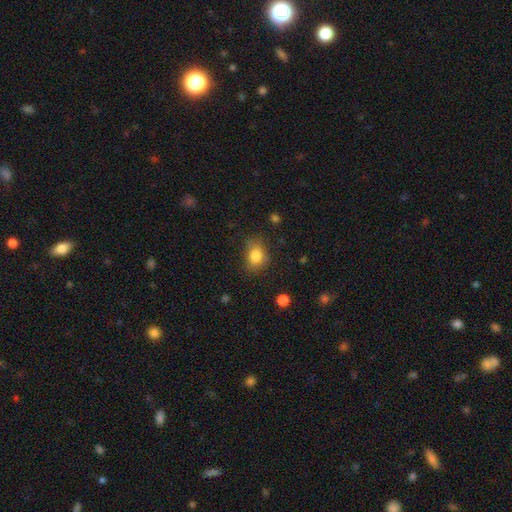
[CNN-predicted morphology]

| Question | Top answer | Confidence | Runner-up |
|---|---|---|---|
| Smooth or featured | smooth | 83% | star or artifact (10%) |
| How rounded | in between | 61% | round (38%) |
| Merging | none | 70% | minor disturbance (22%) |